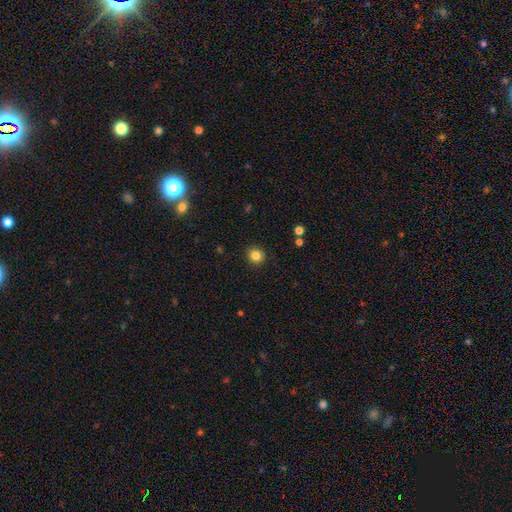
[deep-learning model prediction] Smooth or featured?
  - smooth: 84% *
  - star or artifact: 11%
  - featured or disk: 5%
How rounded?
  - round: 84% *
  - in between: 15%
  - cigar-shaped: 1%
Merging?
  - none: 91% *
  - minor disturbance: 6%
  - major disturbance: 2%
  - merger: 1%